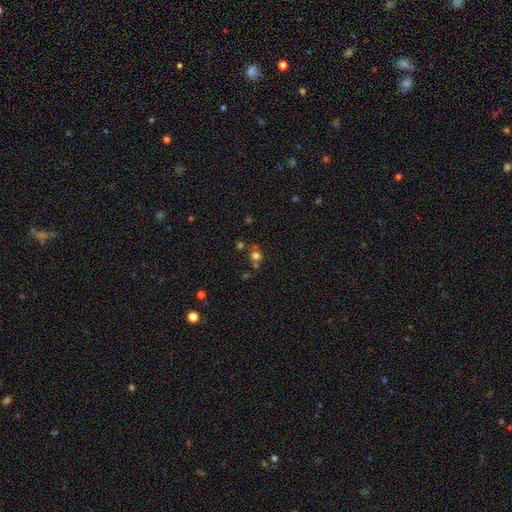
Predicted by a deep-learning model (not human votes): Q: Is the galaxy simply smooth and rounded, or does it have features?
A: smooth — 67%.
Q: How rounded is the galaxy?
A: round — 86%.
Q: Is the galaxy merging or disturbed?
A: none — 61%.